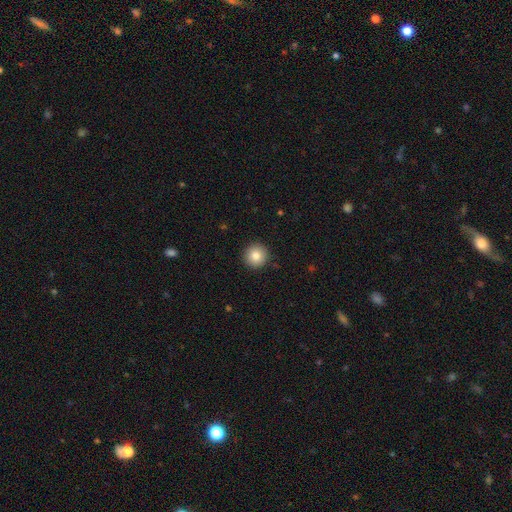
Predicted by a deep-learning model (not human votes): Overall: smooth (84%). How rounded: round (95%). Merging: none (92%).